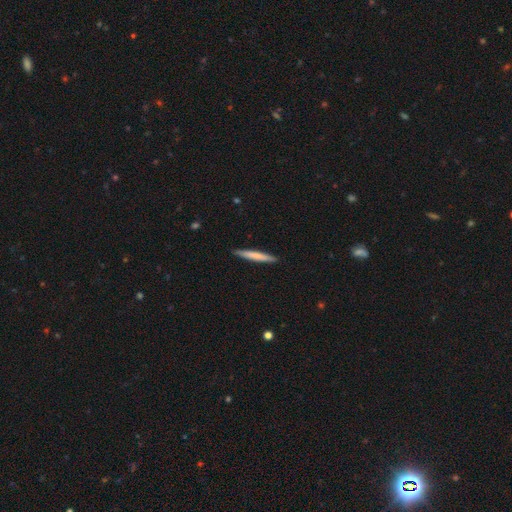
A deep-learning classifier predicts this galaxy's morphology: Q: Smooth or featured?
A: smooth (70%); runner-up: featured or disk (24%)
Q: How rounded?
A: cigar-shaped (96%); runner-up: in between (3%)
Q: Merging?
A: none (90%); runner-up: minor disturbance (7%)